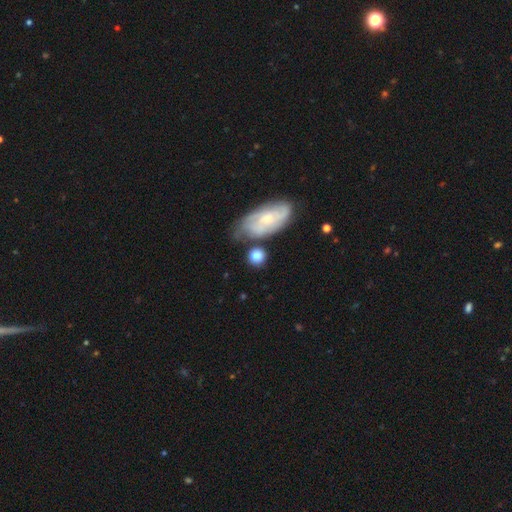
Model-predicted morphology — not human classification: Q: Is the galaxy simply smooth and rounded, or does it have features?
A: smooth — 75%.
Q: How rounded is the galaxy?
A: round — 80%.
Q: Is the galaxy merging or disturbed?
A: none — 65%.